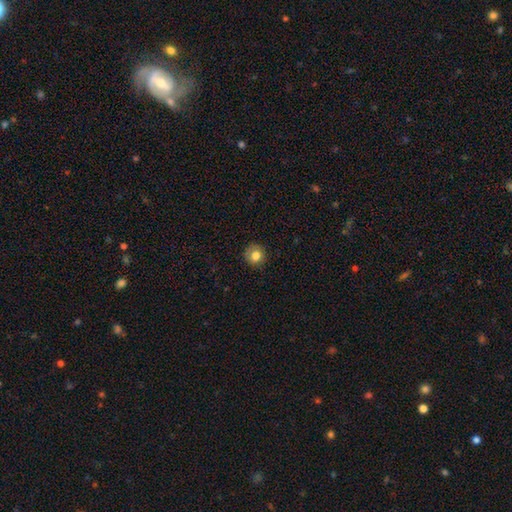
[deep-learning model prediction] The model was most divided on "smooth or featured": smooth: 80%, star or artifact: 10%, featured or disk: 9%. More confident: how rounded — round (91%); merging — none (85%).